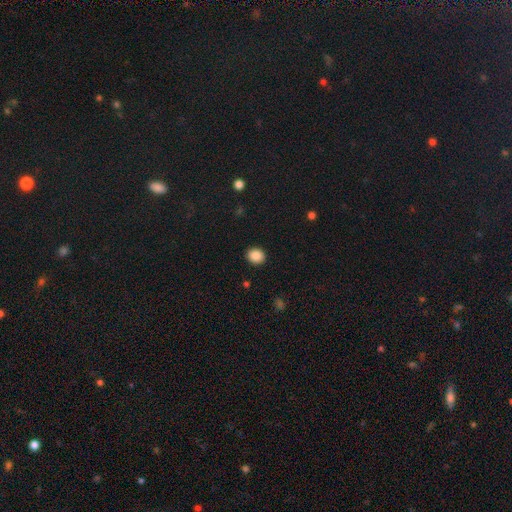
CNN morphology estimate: A smooth galaxy with no disk features (88%) that is round (69%). Merging: none (91%).